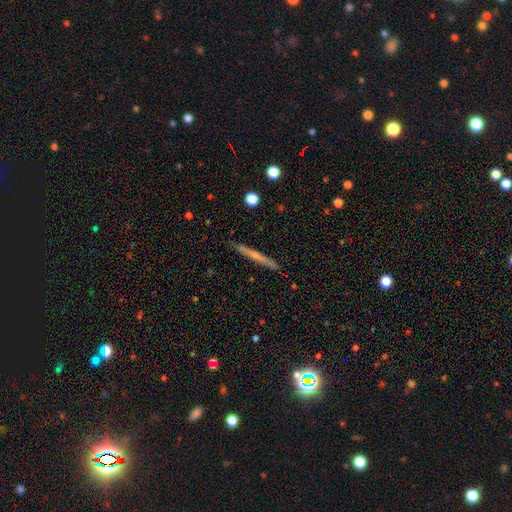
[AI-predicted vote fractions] The model was most divided on "smooth or featured": featured or disk: 47%, smooth: 46%, star or artifact: 6%. More confident: merging — none (90%).